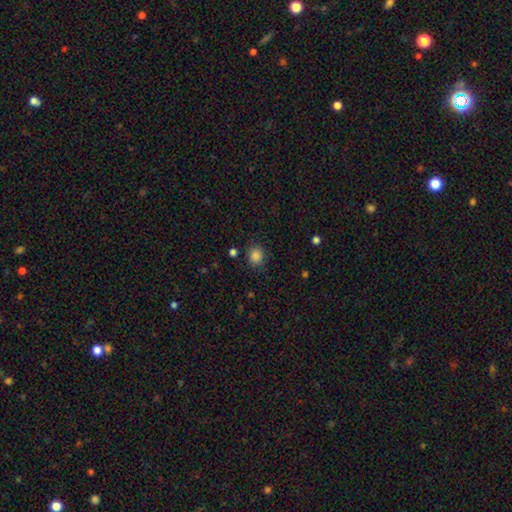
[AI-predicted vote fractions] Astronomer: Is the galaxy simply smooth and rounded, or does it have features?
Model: smooth — 85%.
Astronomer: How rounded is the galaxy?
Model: round — 84%.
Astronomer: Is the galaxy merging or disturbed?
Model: none — 84%.